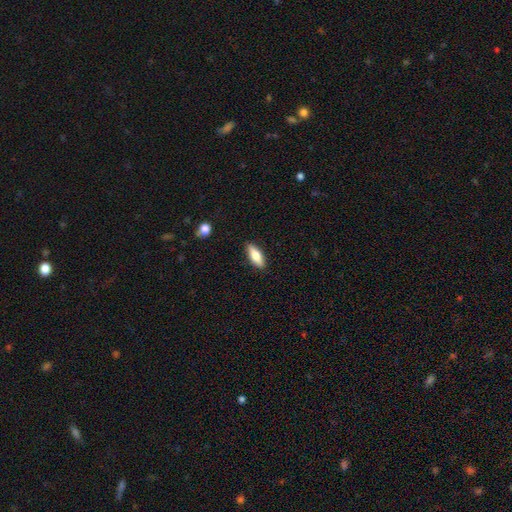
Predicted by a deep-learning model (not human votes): A smooth galaxy with no disk features (72%) that is in between round and cigar-shaped (67%).

Vote fractions:
- Smooth or featured? smooth: 72% / featured or disk: 22% / star or artifact: 6%
- How rounded? in between: 67% / cigar-shaped: 31% / round: 2%
- Merging? none: 88% / minor disturbance: 9% / major disturbance: 2% / merger: 1%